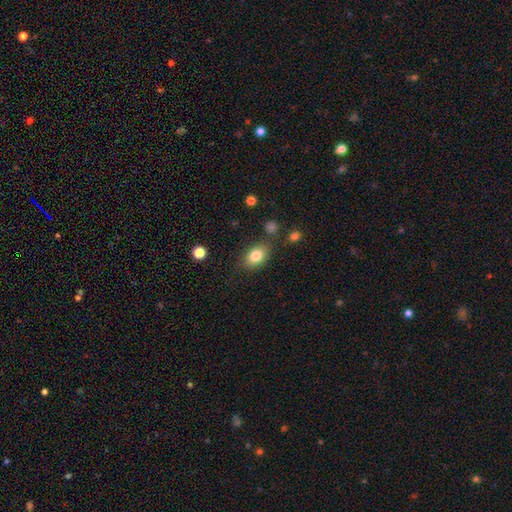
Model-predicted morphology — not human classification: smooth-or-featured: smooth: 82% | featured or disk: 9% | star or artifact: 9%
  how-rounded: in between: 82% | round: 17% | cigar-shaped: 2%
  merging: none: 78% | minor disturbance: 14% | merger: 4% | major disturbance: 4%